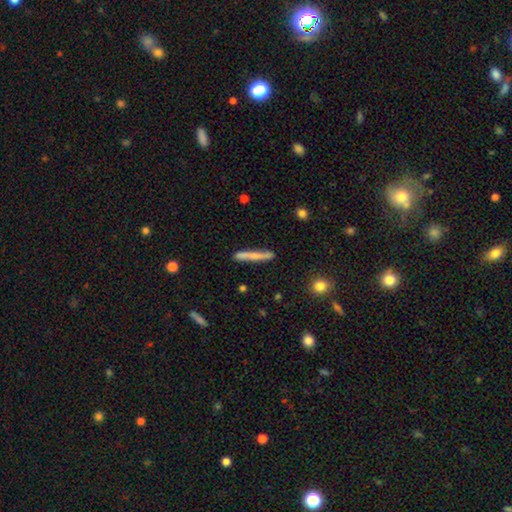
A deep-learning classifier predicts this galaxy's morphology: type=smooth (65%); roundness=cigar-shaped (94%); merging=none (80%).